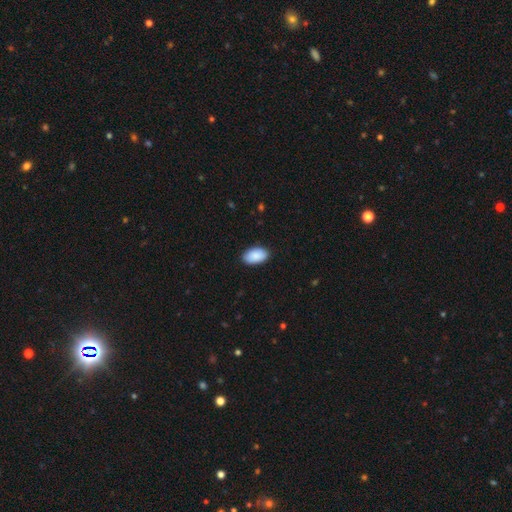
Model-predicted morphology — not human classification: The model was most divided on "merging": none: 89%, minor disturbance: 8%, major disturbance: 2%, merger: 1%. More confident: how rounded — in between (95%); smooth or featured — smooth (91%).